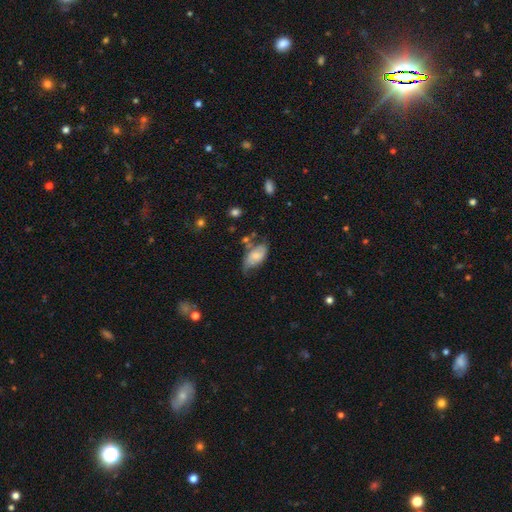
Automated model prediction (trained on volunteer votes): Smooth or featured?
  - smooth: 52% *
  - featured or disk: 40%
  - star or artifact: 7%
How rounded?
  - in between: 92% *
  - round: 5%
  - cigar-shaped: 3%
Merging?
  - none: 41% *
  - minor disturbance: 37%
  - major disturbance: 16%
  - merger: 6%